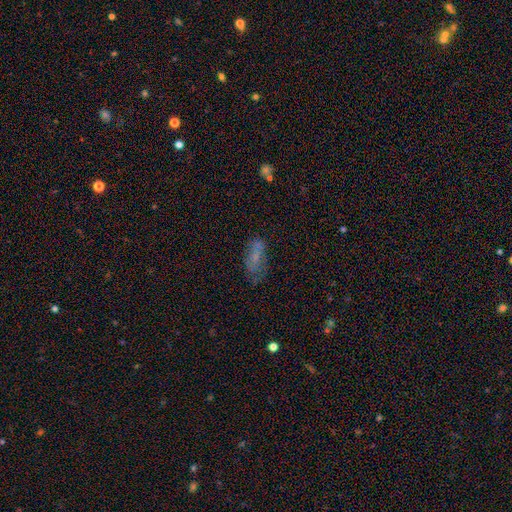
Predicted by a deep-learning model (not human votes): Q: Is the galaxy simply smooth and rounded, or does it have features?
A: smooth — 53%.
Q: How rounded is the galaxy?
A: in between — 77%.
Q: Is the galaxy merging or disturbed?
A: none — 54%.